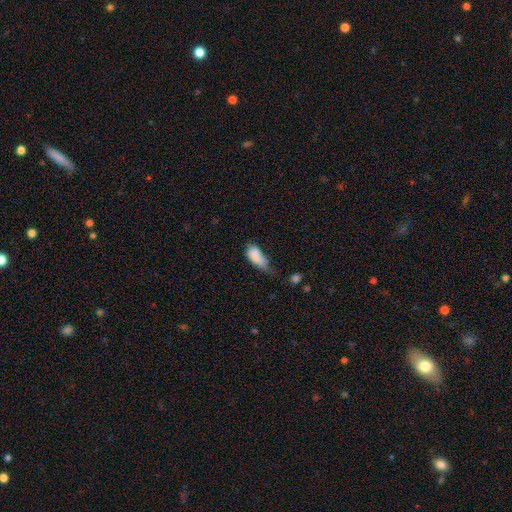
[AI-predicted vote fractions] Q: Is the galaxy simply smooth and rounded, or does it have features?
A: smooth — 81%.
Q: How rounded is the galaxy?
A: in between — 87%.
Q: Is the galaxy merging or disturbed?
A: minor disturbance — 42%.